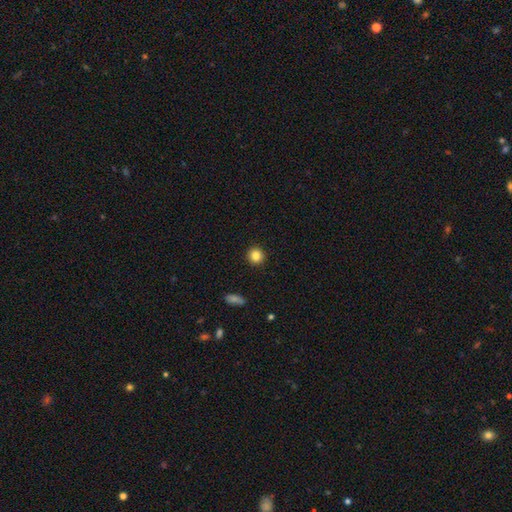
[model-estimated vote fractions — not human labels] smooth 85%, star or artifact 10%, featured or disk 5%. Down the decision tree: how rounded — round (93%); merging — none (93%).